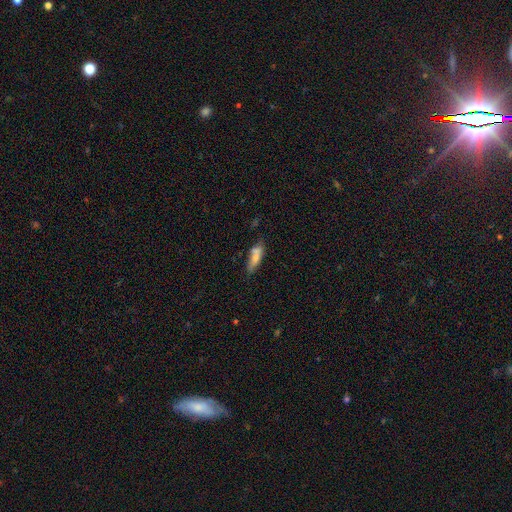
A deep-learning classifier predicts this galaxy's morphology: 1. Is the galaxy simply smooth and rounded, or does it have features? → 71% smooth, 21% featured or disk, 8% star or artifact.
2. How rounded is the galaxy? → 49% cigar-shaped (tied), 49% in between (tied), 3% round.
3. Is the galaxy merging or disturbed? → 51% none, 23% minor disturbance, 19% merger, 8% major disturbance.